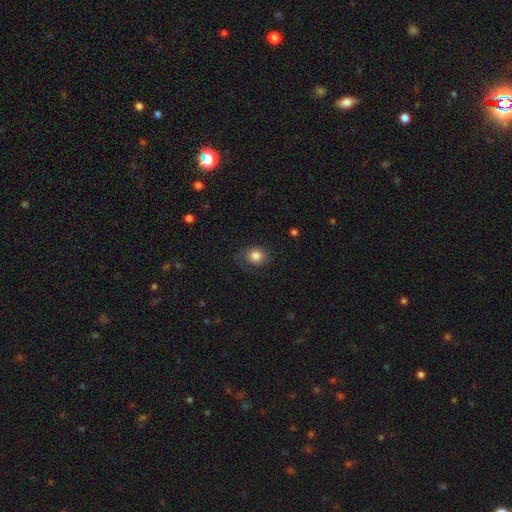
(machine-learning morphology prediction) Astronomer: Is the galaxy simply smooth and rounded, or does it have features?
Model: smooth — 82%.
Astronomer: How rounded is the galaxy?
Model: round — 65%.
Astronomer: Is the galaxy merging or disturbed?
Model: none — 71%.